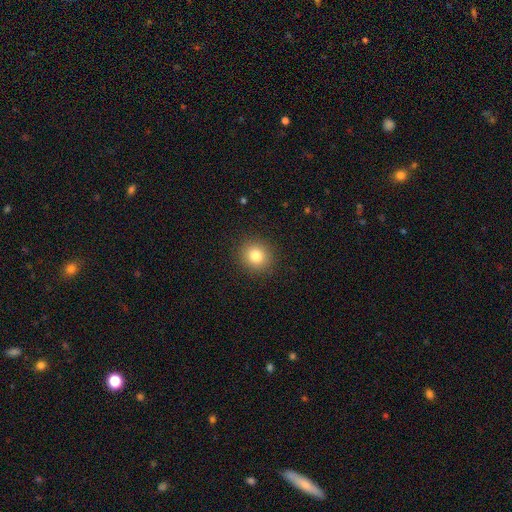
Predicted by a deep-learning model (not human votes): Smooth or featured: smooth — 81% (star or artifact — 12%)
How rounded: round — 87% (in between — 12%)
Merging: none — 91% (minor disturbance — 6%)